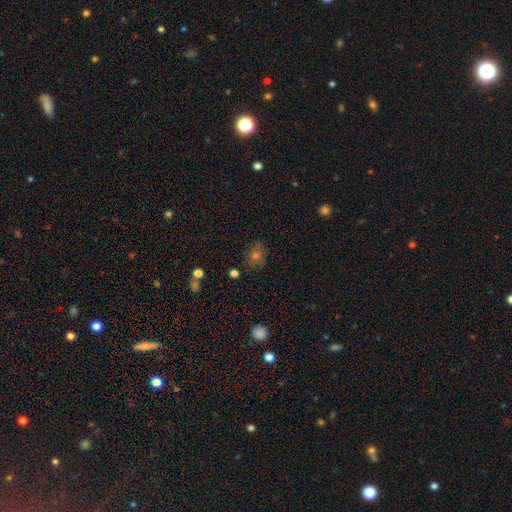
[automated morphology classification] Overall: smooth (53%; star or artifact 27%). How rounded: round (62%; in between 36%). Merging: none (81%).